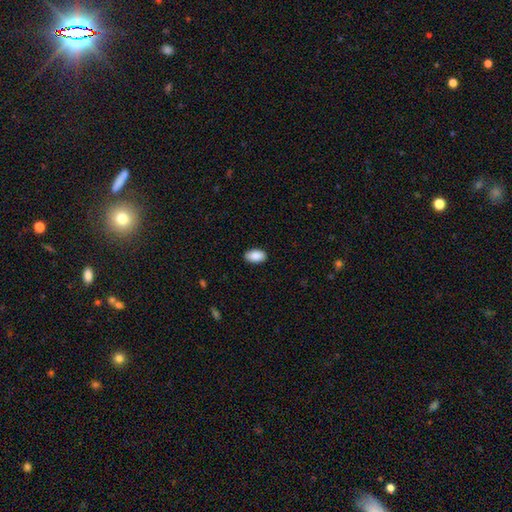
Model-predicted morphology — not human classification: smooth-or-featured: smooth: 90% | star or artifact: 6% | featured or disk: 3%
  how-rounded: in between: 94% | round: 4% | cigar-shaped: 1%
  merging: none: 89% | minor disturbance: 9% | major disturbance: 2% | merger: 1%